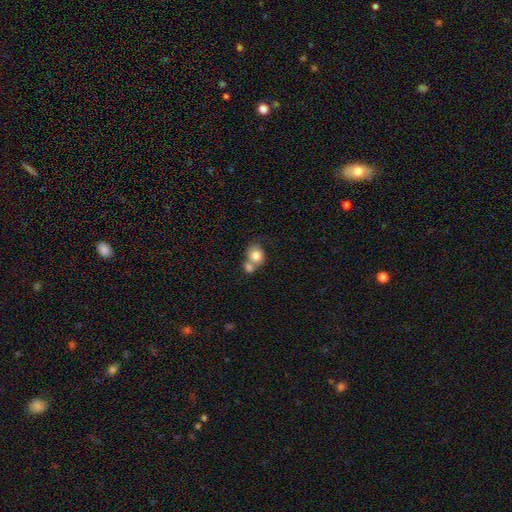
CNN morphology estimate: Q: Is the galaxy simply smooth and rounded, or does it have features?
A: smooth — 79%.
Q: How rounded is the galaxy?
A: round — 64%.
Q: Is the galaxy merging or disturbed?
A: merger — 55%.